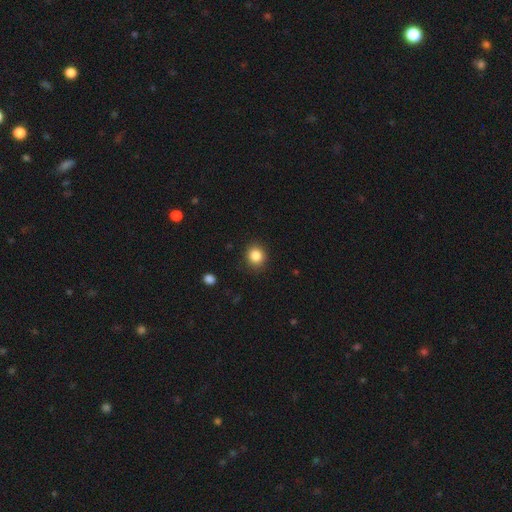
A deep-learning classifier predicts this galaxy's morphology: Smooth or featured? Predicted: smooth (p=0.86). How rounded? Predicted: round (p=0.84). Merging? Predicted: none (p=0.88).